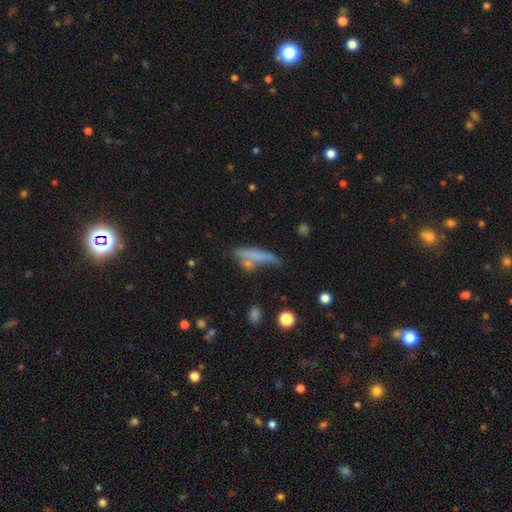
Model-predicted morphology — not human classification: Smooth or featured? Predicted: smooth (p=0.64). How rounded? Predicted: cigar-shaped (p=0.77). Merging? Predicted: none (p=0.50).